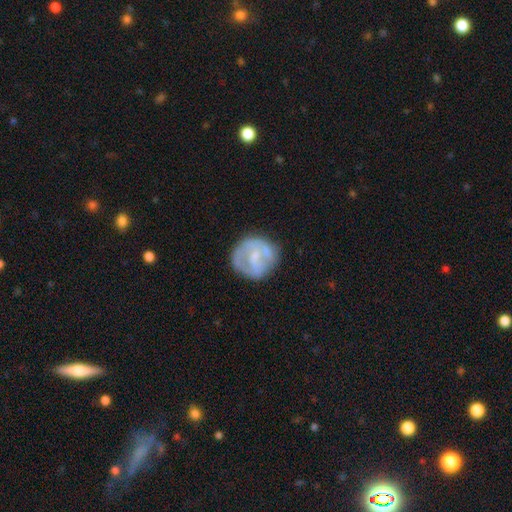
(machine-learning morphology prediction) This appears to be a featured or disk galaxy (55%) with no bar (48%), spiral arms (50%, tied with no) and a small central bulge (49%). Merging: none (65%).